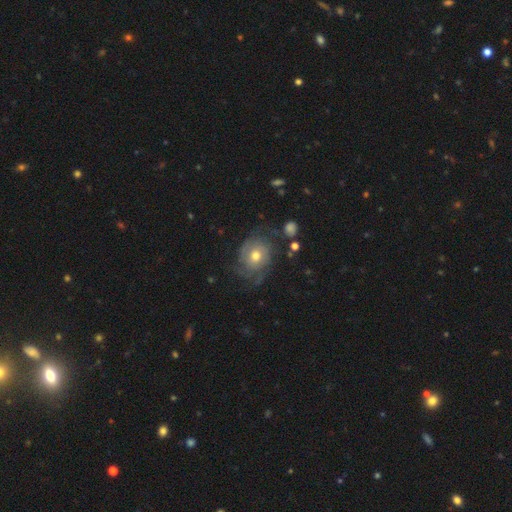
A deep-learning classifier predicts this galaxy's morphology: A featured or disk galaxy (67%) with no bar (80%), tight (51%) spiral arms (84%) and a moderate central bulge (72%). Merging: none (59%).